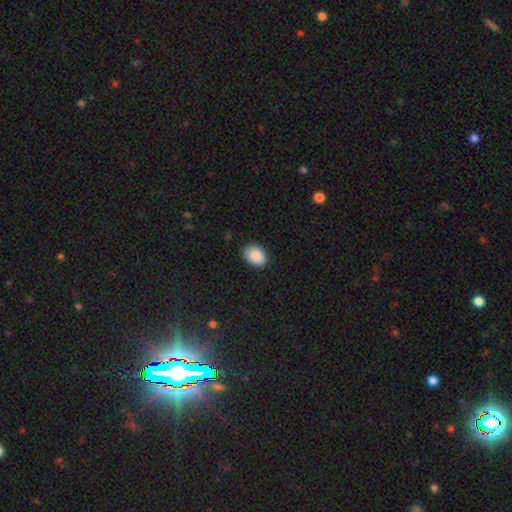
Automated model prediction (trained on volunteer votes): smooth 90%, star or artifact 7%, featured or disk 3%. Down the decision tree: how rounded — in between (70%); merging — none (86%).